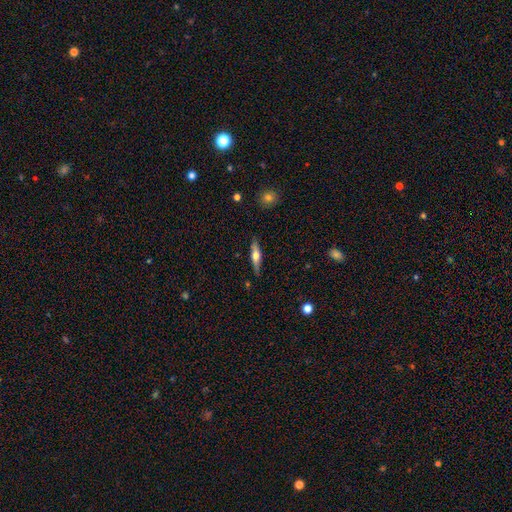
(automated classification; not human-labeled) This appears to be a featured or disk galaxy (52%) viewed edge-on (93%). Merging: none (84%).